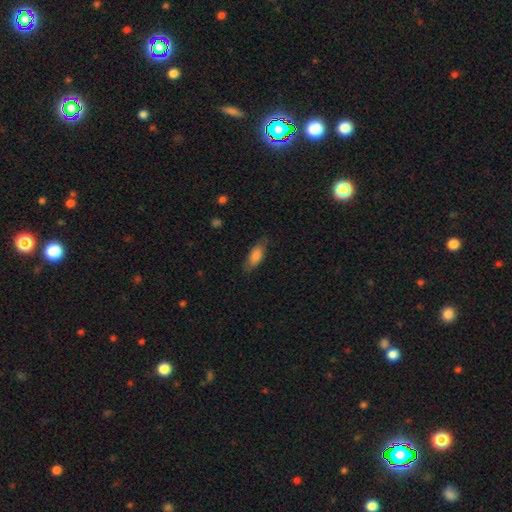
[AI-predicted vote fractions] The model was most divided on "how rounded": in between: 72%, cigar-shaped: 25%, round: 2%. More confident: smooth or featured — smooth (80%); merging — none (78%).